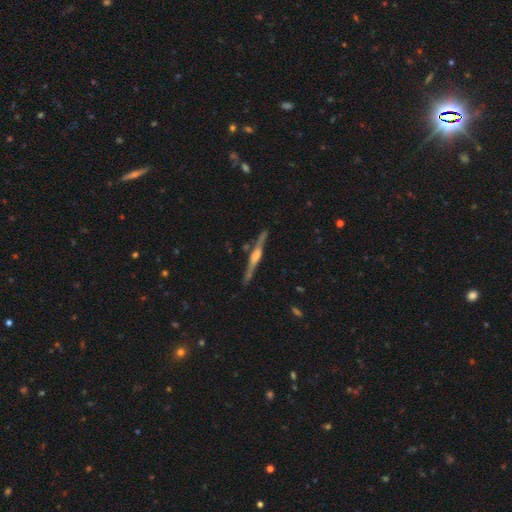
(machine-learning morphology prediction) This appears to be a featured or disk galaxy (79%) viewed edge-on (97%) with a rounded central bulge (56%). Merging: none (82%).